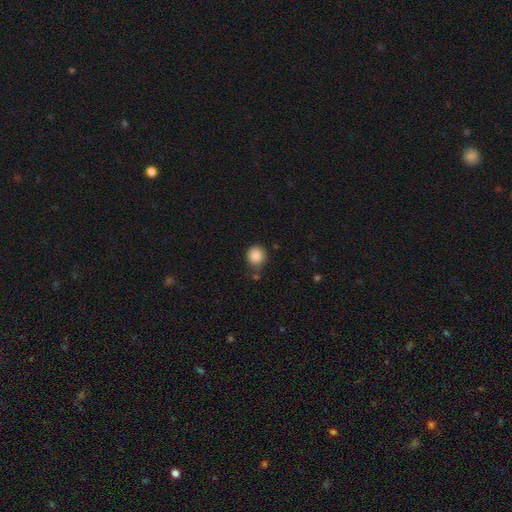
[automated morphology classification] The model was most divided on "merging": none: 74%, minor disturbance: 17%, merger: 5%, major disturbance: 4%. More confident: smooth or featured — smooth (88%); how rounded — round (86%).